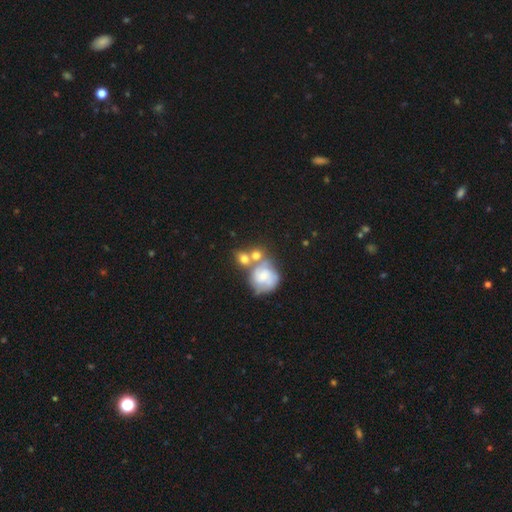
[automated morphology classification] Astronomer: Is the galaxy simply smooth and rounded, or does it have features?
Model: smooth — 51% (runner-up: featured or disk, 37%).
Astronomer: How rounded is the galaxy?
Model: round — 70%.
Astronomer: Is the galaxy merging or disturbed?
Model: merger — 46% (runner-up: none, 33%).